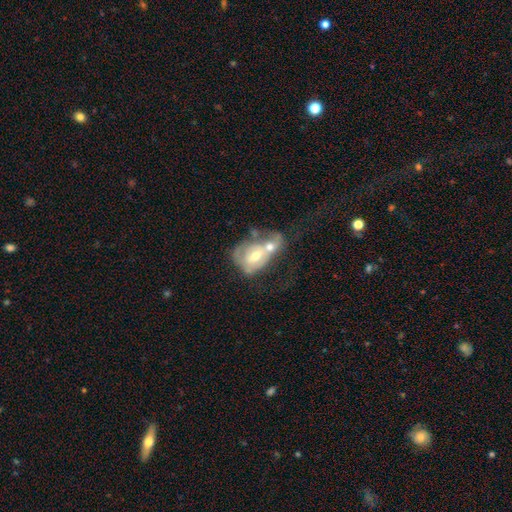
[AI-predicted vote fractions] featured or disk 55%, smooth 38%, star or artifact 7%. Down the decision tree: edge-on disk — no (95%); bar — no (57%); spiral arms — no (59%); bulge size — moderate (68%); merging — merger (70%).